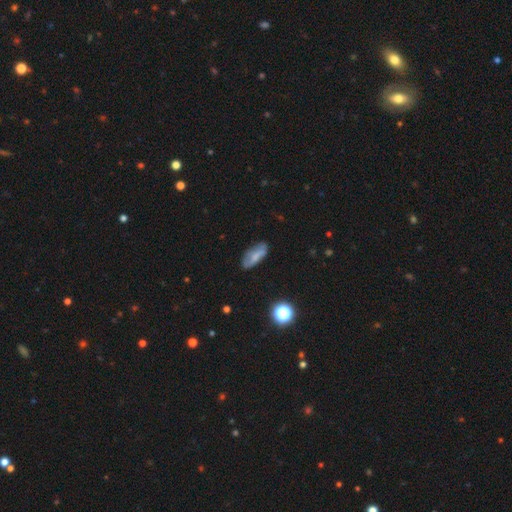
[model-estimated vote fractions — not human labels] A smooth galaxy with no disk features (60%) that is in between round and cigar-shaped (78%). Merging: none (70%).